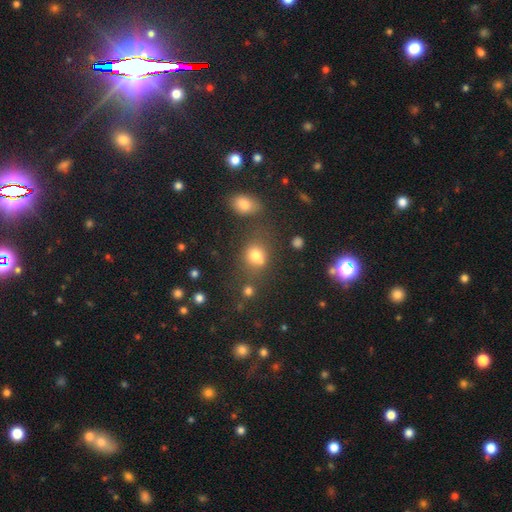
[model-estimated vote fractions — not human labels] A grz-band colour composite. It shows a smooth galaxy with no disk features (75%) that is round (62%). Merging: none (56%).